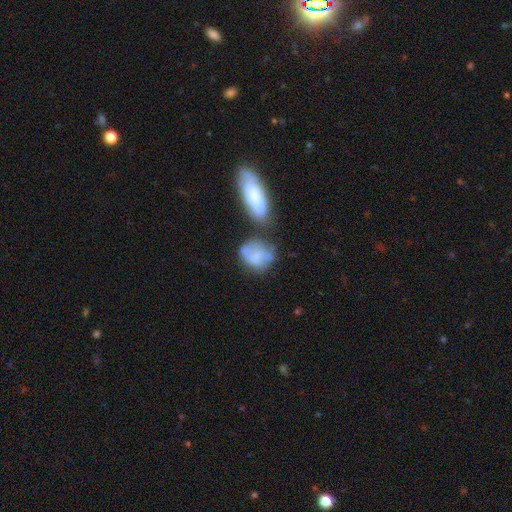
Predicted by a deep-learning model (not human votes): Smooth or featured? Predicted: smooth (p=0.53). How rounded? Predicted: in between (p=0.53). Merging? Predicted: none (p=0.36).